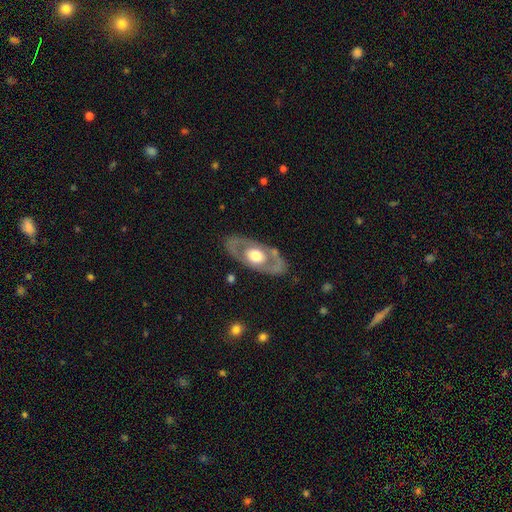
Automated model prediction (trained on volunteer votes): A featured or disk galaxy (63%) with no bar (86%), no spiral arms (80%) and a moderate central bulge (51%).

Vote fractions:
- Smooth or featured? featured or disk: 63% / smooth: 33% / star or artifact: 4%
- Edge-on disk? no: 85% / yes: 15%
- Bar? no: 86% / weak: 11% / strong: 3%
- Spiral arms? no: 80% / yes: 20%
- Bulge size? moderate: 51% / large: 42% / small: 3% / dominant: 3% / none: 1%
- Merging? none: 81% / minor disturbance: 12% / major disturbance: 5% / merger: 2%